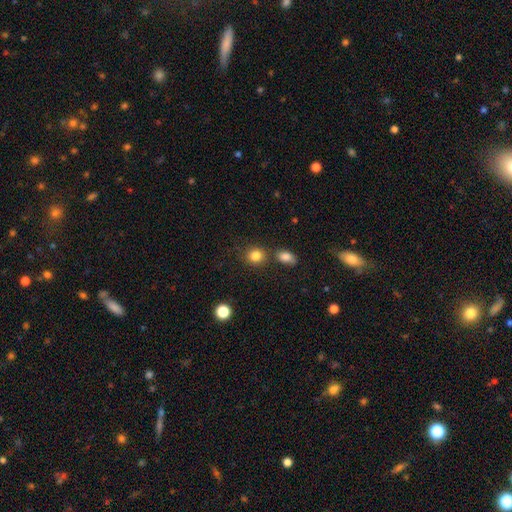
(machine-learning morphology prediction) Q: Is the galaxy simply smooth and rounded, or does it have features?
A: smooth — 84%.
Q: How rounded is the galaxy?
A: round — 77%.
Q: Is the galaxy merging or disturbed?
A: none — 74%.